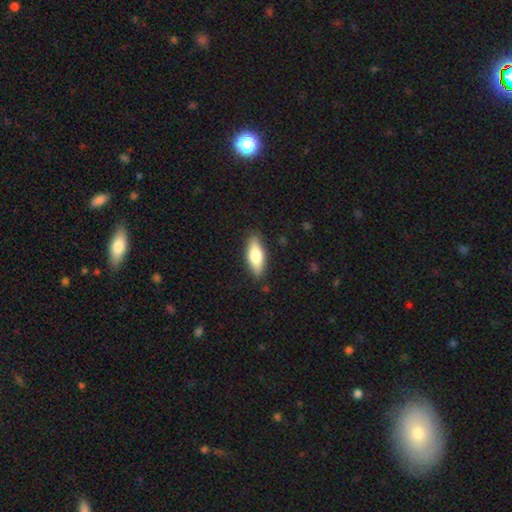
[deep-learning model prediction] The model was most divided on "how rounded": in between: 67%, cigar-shaped: 30%, round: 2%. More confident: merging — none (85%); smooth or featured — smooth (70%).